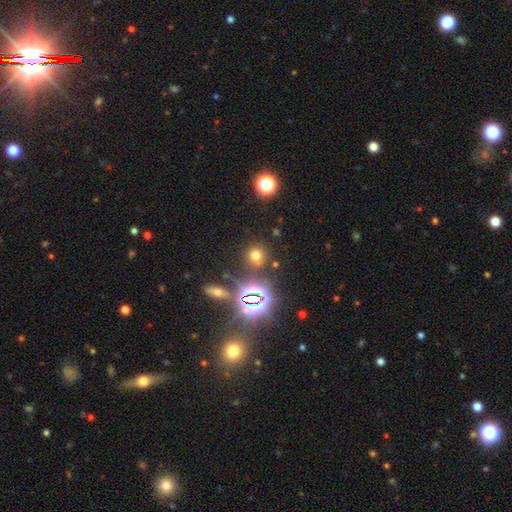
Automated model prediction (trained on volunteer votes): Smooth or featured? Predicted: smooth (p=0.60). How rounded? Predicted: round (p=0.87). Merging? Predicted: none (p=0.82).